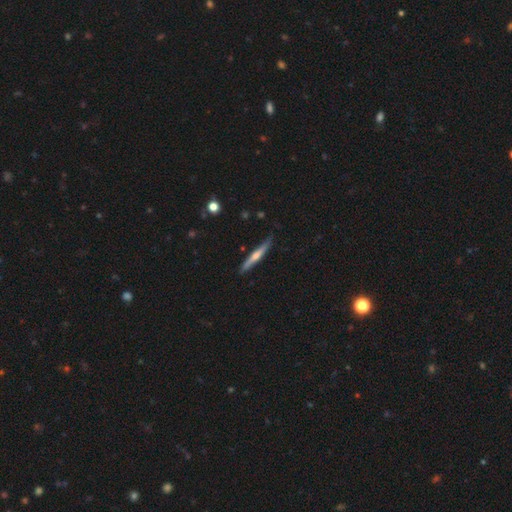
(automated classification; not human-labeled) Smooth or featured: featured or disk — 53% (smooth — 41%)
Edge-on disk: yes — 95% (no — 5%)
Edge-on bulge: rounded — 67% (none — 26%)
Merging: none — 82% (minor disturbance — 14%)